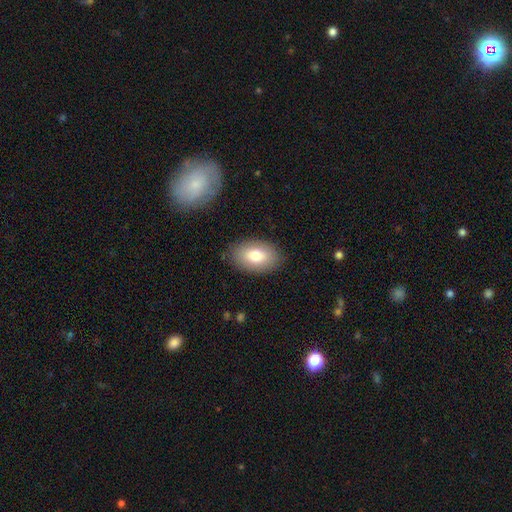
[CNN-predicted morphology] This appears to be a smooth galaxy with no disk features (79%) that is in between round and cigar-shaped (91%). Merging: none (86%).